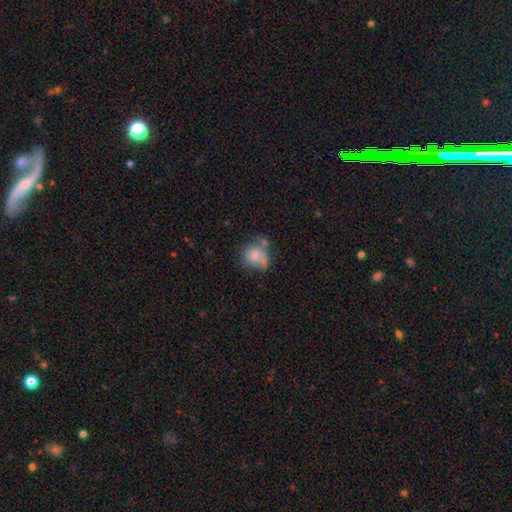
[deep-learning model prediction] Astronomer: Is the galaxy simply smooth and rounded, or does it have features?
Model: smooth — 75%.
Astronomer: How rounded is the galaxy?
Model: round — 64%.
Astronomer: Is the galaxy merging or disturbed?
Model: none — 37% (runner-up: minor disturbance, 26%).